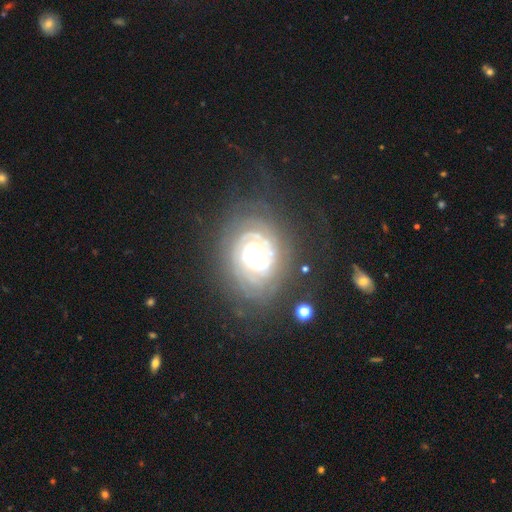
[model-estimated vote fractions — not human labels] smooth_or_featured: featured or disk (p=0.84) [alt: smooth p=0.09]
disk_edge_on: no (p=0.97) [alt: yes p=0.03]
bar: no (p=0.74) [alt: weak p=0.18]
has_spiral_arms: yes (p=0.95) [alt: no p=0.05]
spiral_winding: tight (p=0.78) [alt: medium p=0.18]
spiral_arm_count: can't tell (p=0.30) [alt: 2 p=0.25]
bulge_size: large (p=0.48) [alt: moderate p=0.36]
merging: none (p=0.71) [alt: minor disturbance p=0.17]